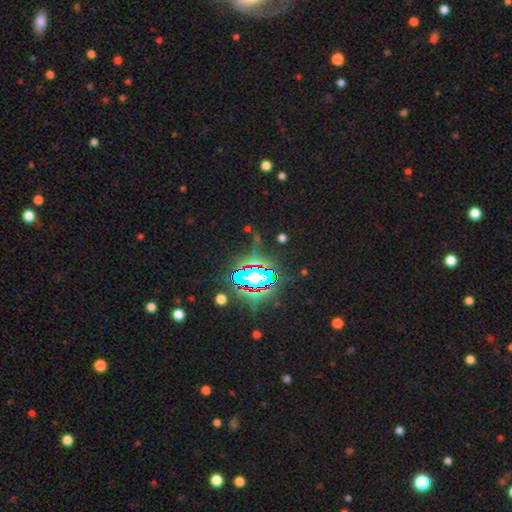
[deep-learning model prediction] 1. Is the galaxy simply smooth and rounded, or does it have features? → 83% star or artifact, 9% smooth, 8% featured or disk.